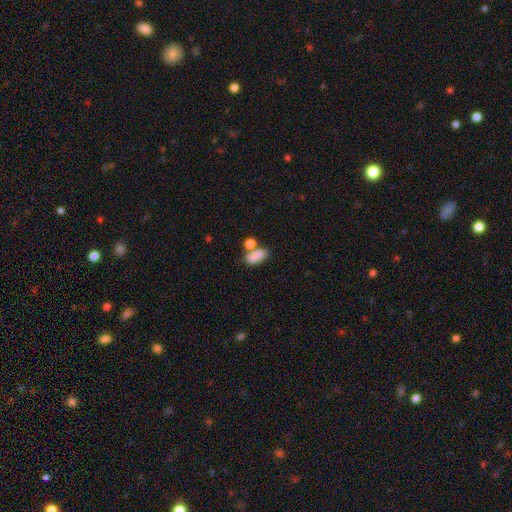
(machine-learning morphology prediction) smooth_or_featured: smooth (p=0.83) [alt: star or artifact p=0.09]
how_rounded: in between (p=0.88) [alt: round p=0.08]
merging: none (p=0.48) [alt: merger p=0.34]